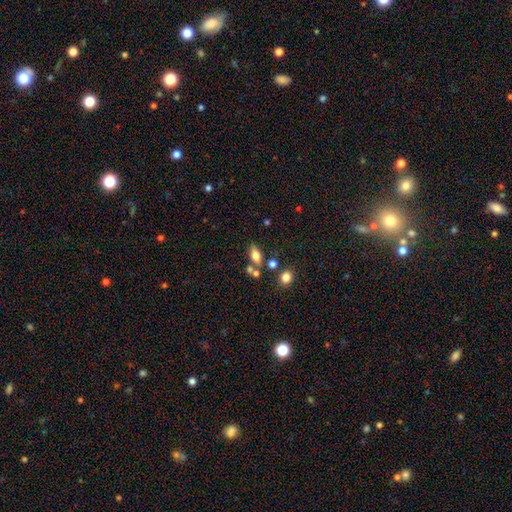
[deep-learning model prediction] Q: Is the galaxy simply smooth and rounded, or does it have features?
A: smooth — 74%.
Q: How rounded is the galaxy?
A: in between — 82%.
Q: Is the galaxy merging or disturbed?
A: none — 63%.